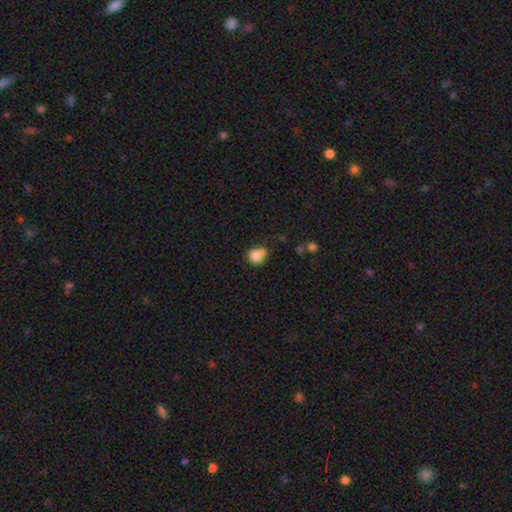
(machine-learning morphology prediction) smooth-or-featured: smooth: 80% | star or artifact: 11% | featured or disk: 10%
  how-rounded: round: 70% | in between: 29% | cigar-shaped: 1%
  merging: none: 44% | minor disturbance: 30% | merger: 17% | major disturbance: 10%